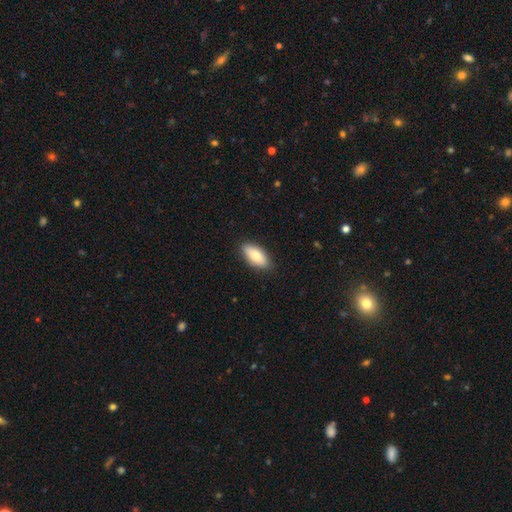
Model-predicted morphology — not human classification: Smooth or featured? smooth (79%)
How rounded? in between (86%)
Merging? none (88%)